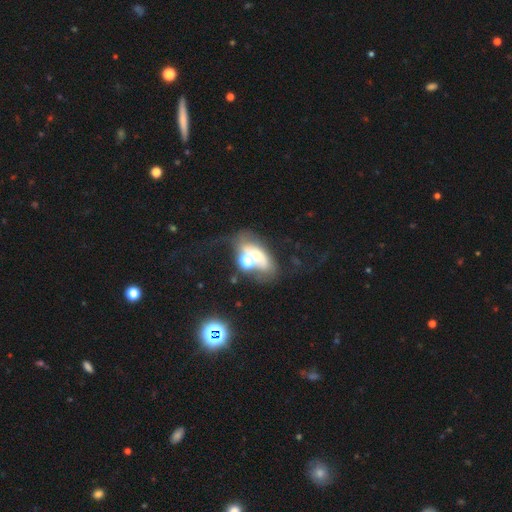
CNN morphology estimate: This appears to be a smooth galaxy with no disk features (40%). Merging: merger (36%).